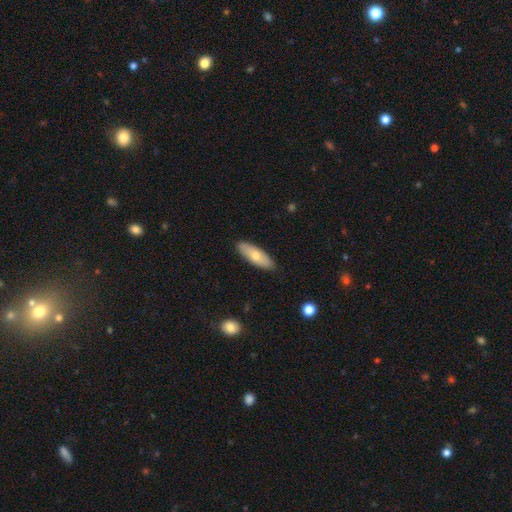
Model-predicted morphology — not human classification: A smooth galaxy with no disk features (70%) that is in between round and cigar-shaped (61%).

Vote fractions:
- Smooth or featured? smooth: 70% / featured or disk: 24% / star or artifact: 6%
- How rounded? in between: 61% / cigar-shaped: 37% / round: 2%
- Merging? none: 88% / minor disturbance: 9% / major disturbance: 2% / merger: 1%